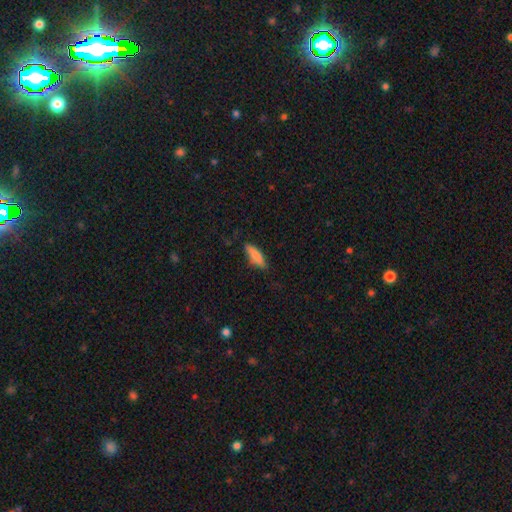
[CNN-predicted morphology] A smooth galaxy with no disk features (81%) that is cigar-shaped (56%). Merging: none (78%).